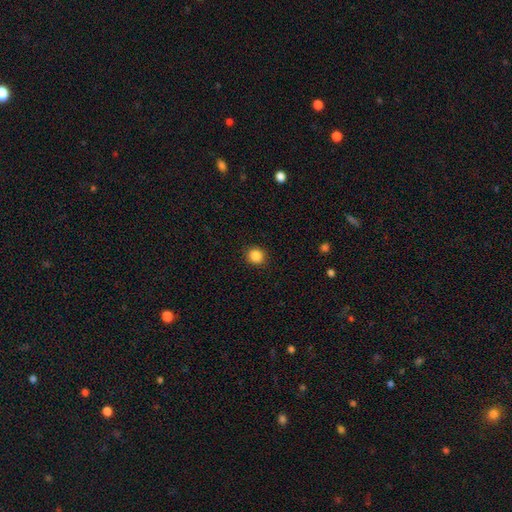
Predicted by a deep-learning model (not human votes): smooth-or-featured: smooth: 87% | star or artifact: 10% | featured or disk: 3%
  how-rounded: round: 85% | in between: 14% | cigar-shaped: 1%
  merging: none: 91% | minor disturbance: 6% | major disturbance: 2% | merger: 1%